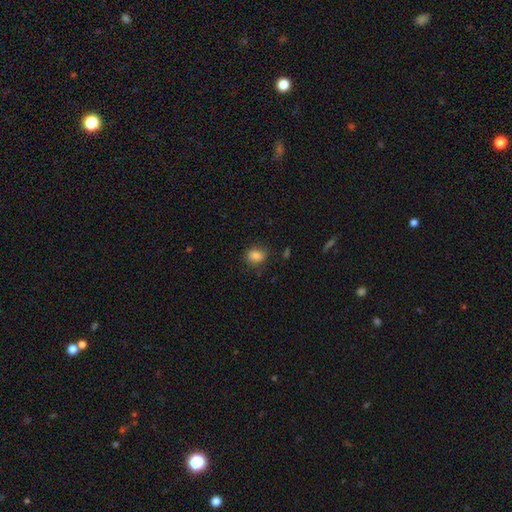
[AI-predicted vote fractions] This is clearly a smooth galaxy (84%). How rounded: possibly in between (50%). Merging: likely none (75%).